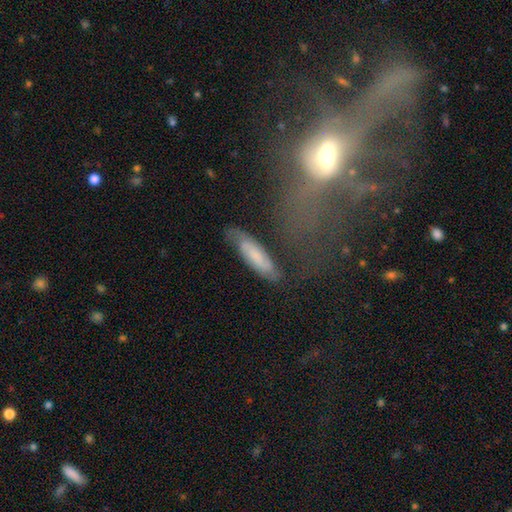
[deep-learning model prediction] Smooth or featured? Predicted: smooth (p=0.49). Merging? Predicted: none (p=0.68).